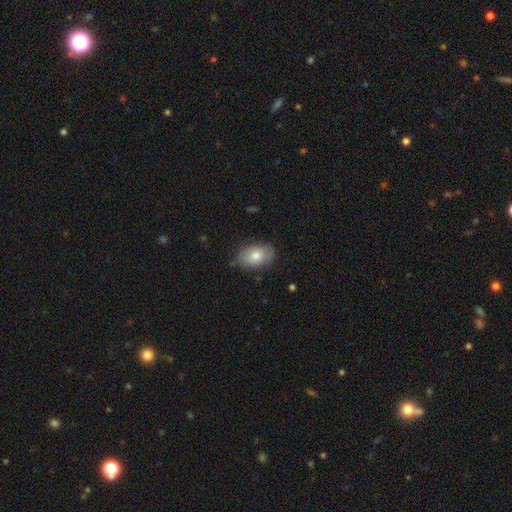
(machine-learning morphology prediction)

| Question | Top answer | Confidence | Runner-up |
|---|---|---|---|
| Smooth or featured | smooth | 78% | featured or disk (15%) |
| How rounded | in between | 88% | round (11%) |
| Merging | none | 82% | minor disturbance (14%) |